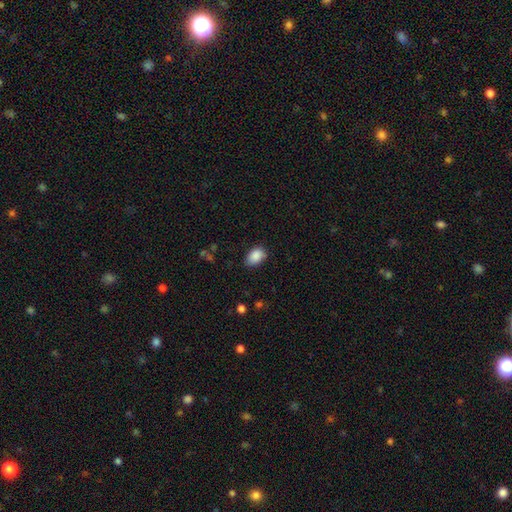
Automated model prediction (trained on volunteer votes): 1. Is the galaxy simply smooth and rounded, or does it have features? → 89% smooth, 7% star or artifact, 4% featured or disk.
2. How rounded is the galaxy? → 86% in between, 13% round, 1% cigar-shaped.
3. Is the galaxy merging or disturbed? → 75% none, 20% minor disturbance, 3% major disturbance, 1% merger.